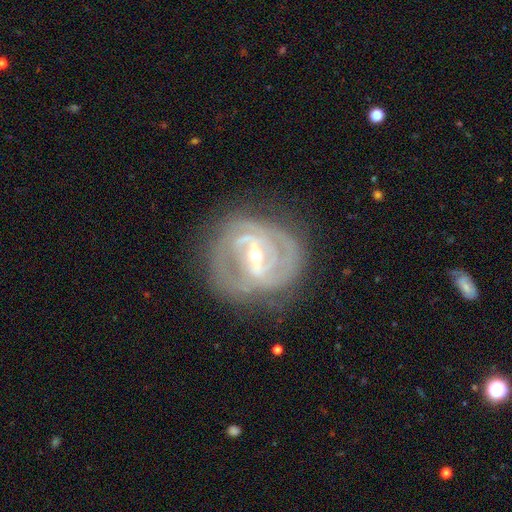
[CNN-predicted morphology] The model was most divided on "bar": strong: 48%, weak: 38%, no: 14%. Remaining: edge-on disk — no (96%); spiral arms — yes (93%); smooth or featured — featured or disk (88%); merging — none (72%); spiral winding — tight (62%); bulge size — small (57%); spiral arm count — 2 (40%).